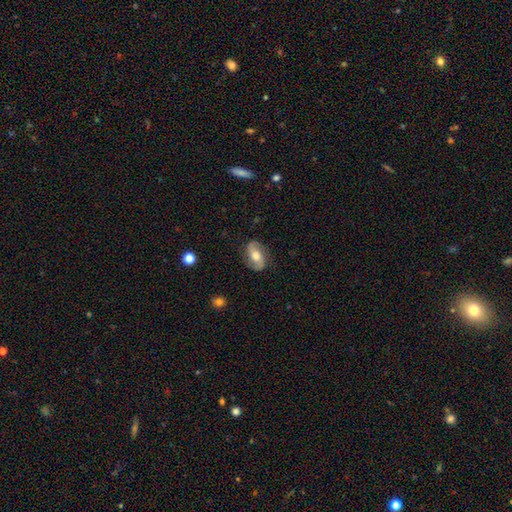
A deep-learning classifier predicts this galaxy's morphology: smooth-or-featured: featured or disk: 61% | smooth: 32% | star or artifact: 7%
  disk-edge-on: no: 95% | yes: 5%
    bar: no: 47% | weak: 34% | strong: 19%
    has-spiral-arms: yes: 87% | no: 13%
      spiral-winding: loose: 48% | medium: 36% | tight: 17%
      spiral-arm-count: 2: 90% | can't tell: 5% | 1: 2% | 3: 1% | 4: 1% | more than 4: 1%
    bulge-size: moderate: 65% | large: 19% | small: 12% | none: 2% | dominant: 2%
  merging: none: 80% | minor disturbance: 14% | major disturbance: 4% | merger: 1%